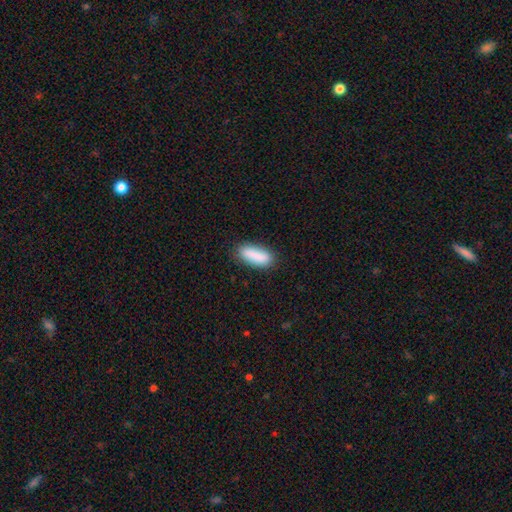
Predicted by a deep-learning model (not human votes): smooth 86%, featured or disk 7%, star or artifact 7%. Down the decision tree: how rounded — in between (65%); merging — none (83%).